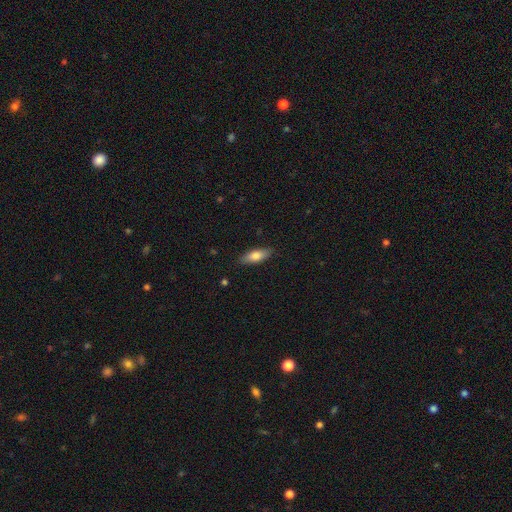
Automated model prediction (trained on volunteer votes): Smooth or featured? smooth (77%)
How rounded? in between (67%)
Merging? none (87%)